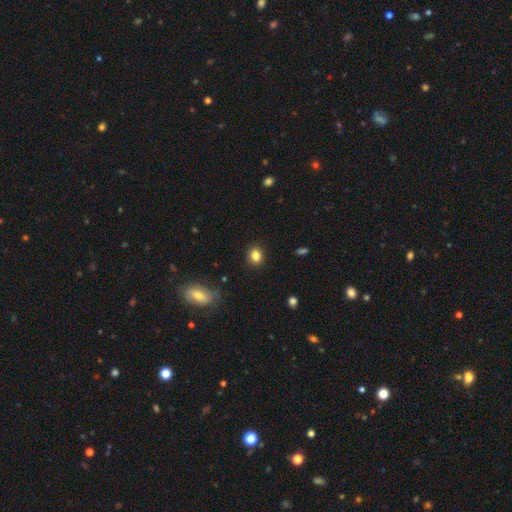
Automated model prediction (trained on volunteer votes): Q: Smooth or featured?
A: smooth (83%); runner-up: star or artifact (10%)
Q: How rounded?
A: round (53%); runner-up: in between (46%)
Q: Merging?
A: none (88%); runner-up: minor disturbance (9%)